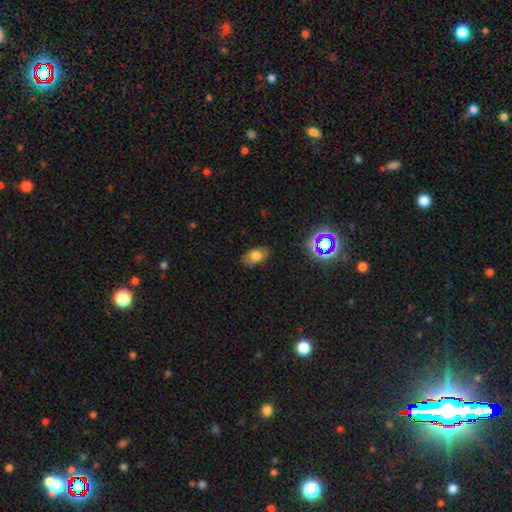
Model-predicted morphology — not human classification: Smooth or featured? Predicted: smooth (p=0.67). How rounded? Predicted: in between (p=0.89). Merging? Predicted: none (p=0.81).